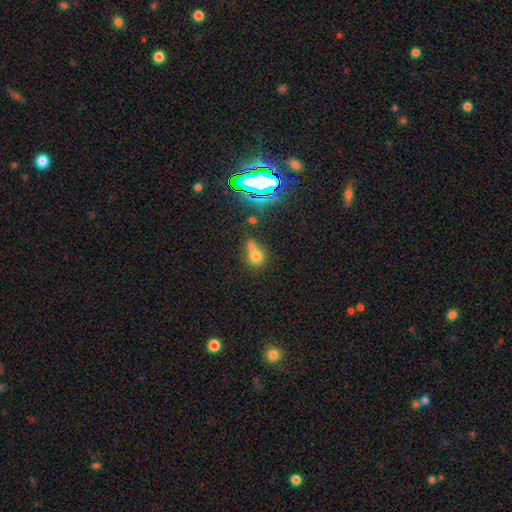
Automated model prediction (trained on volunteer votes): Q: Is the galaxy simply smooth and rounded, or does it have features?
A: smooth — 66%.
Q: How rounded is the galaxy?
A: round — 61%.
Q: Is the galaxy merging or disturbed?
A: none — 36%.